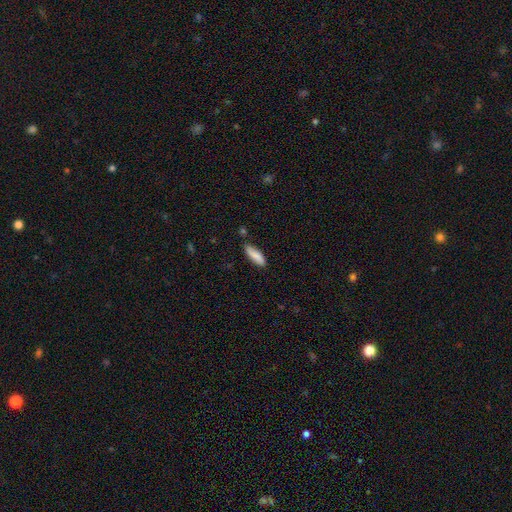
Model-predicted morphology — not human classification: This appears to be a smooth galaxy with no disk features (86%) that is in between round and cigar-shaped (52%). Merging: none (76%).